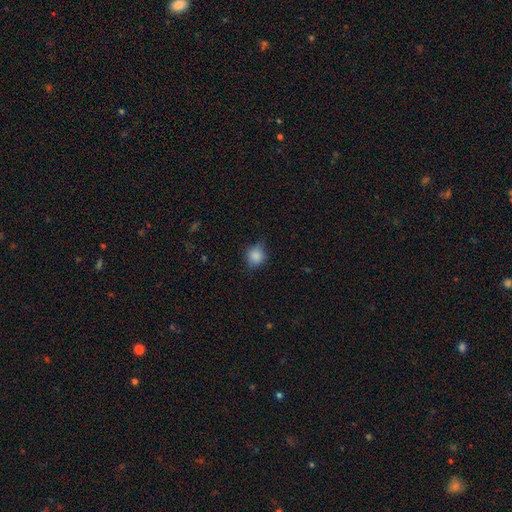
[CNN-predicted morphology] Smooth or featured: smooth — 83% (star or artifact — 10%)
How rounded: round — 78% (in between — 21%)
Merging: none — 69% (minor disturbance — 24%)